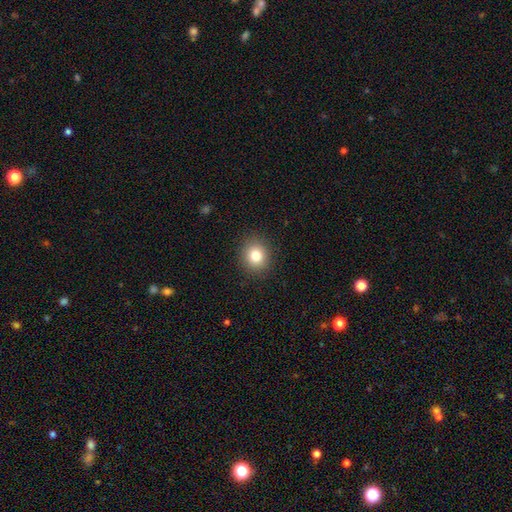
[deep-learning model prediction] smooth 82%, star or artifact 11%, featured or disk 7%. Down the decision tree: how rounded — round (82%); merging — none (90%).